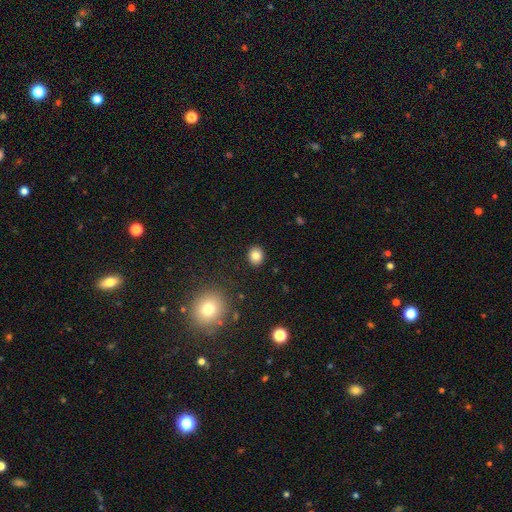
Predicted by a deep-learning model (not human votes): Morphology: type=smooth (83%); roundness=round (68%); merging=none (90%).